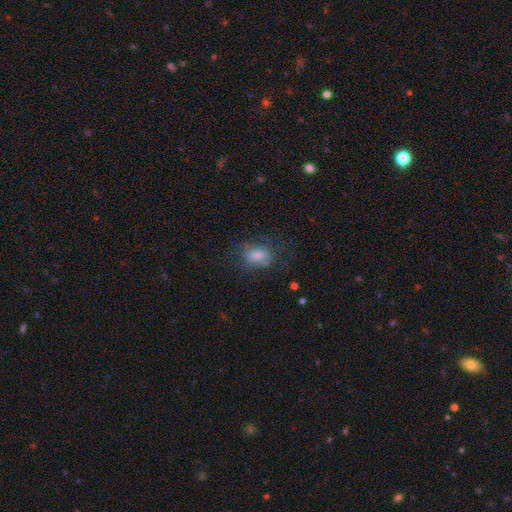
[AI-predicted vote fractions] The model was most divided on "smooth or featured": smooth: 59%, featured or disk: 25%, star or artifact: 15%. More confident: how rounded — in between (71%); merging — none (58%).